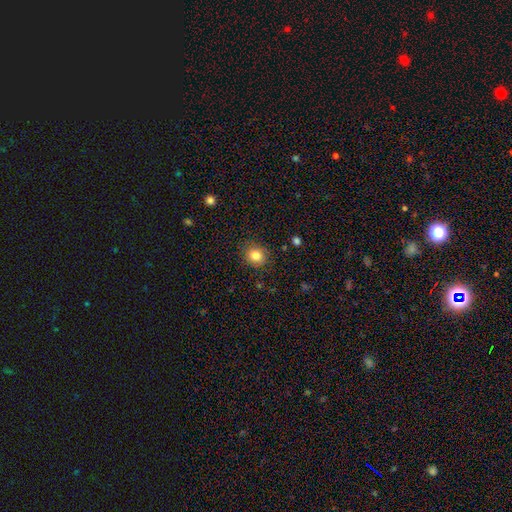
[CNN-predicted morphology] smooth_or_featured: smooth (p=0.83) [alt: star or artifact p=0.11]
how_rounded: round (p=0.78) [alt: in between p=0.21]
merging: none (p=0.87) [alt: minor disturbance p=0.09]